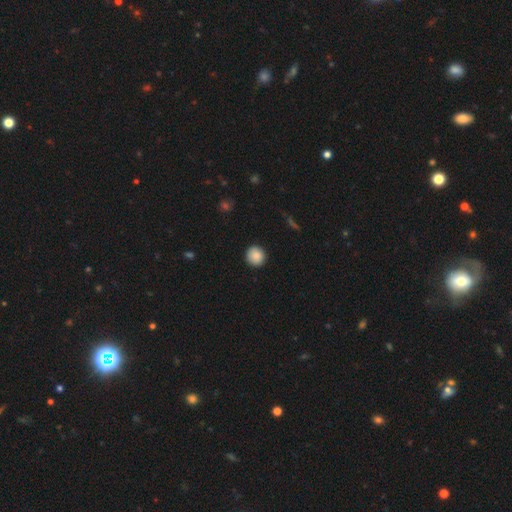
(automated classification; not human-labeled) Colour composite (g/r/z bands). It shows a smooth galaxy with no disk features (88%) that is round (94%). Merging: none (92%).